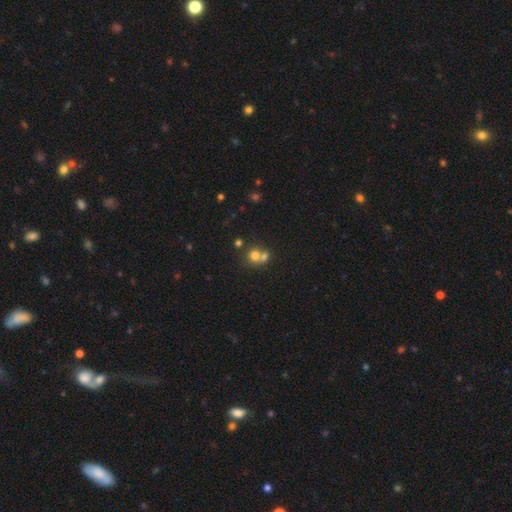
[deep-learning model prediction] smooth_or_featured: smooth (p=0.71) [alt: featured or disk p=0.15]
how_rounded: round (p=0.82) [alt: in between p=0.17]
merging: merger (p=0.54) [alt: none p=0.37]